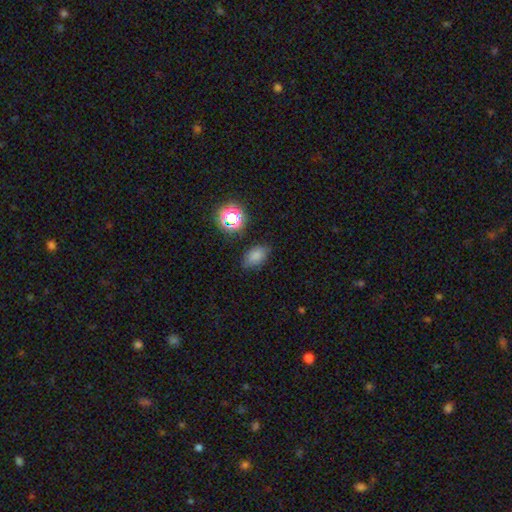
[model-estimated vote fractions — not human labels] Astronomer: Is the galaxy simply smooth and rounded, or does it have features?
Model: smooth — 78%.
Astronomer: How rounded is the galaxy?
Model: in between — 85%.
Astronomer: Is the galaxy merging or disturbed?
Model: none — 79%.